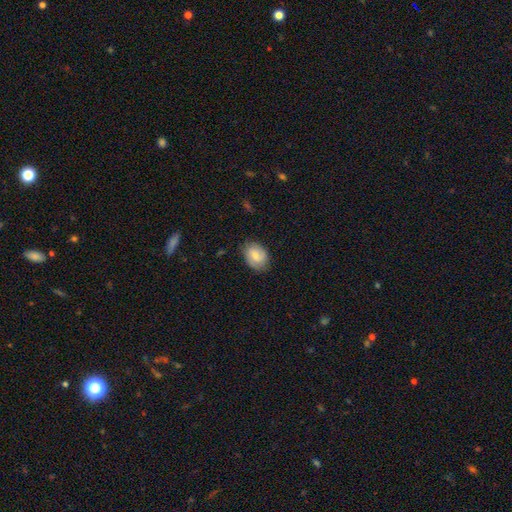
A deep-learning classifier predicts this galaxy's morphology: smooth_or_featured: smooth (p=0.69) [alt: featured or disk p=0.24]
how_rounded: in between (p=0.70) [alt: round p=0.29]
merging: none (p=0.77) [alt: minor disturbance p=0.18]